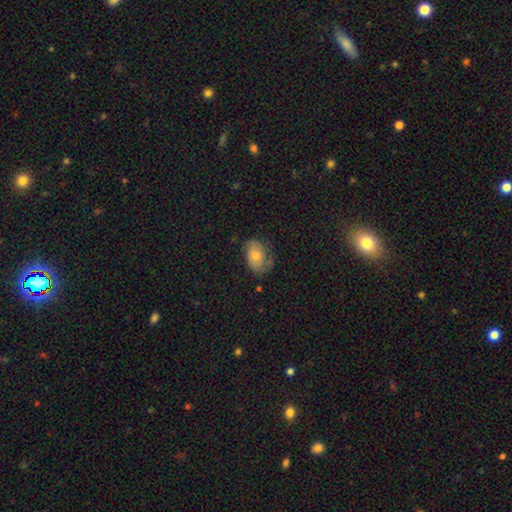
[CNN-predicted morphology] smooth_or_featured: smooth (p=0.61) [alt: featured or disk p=0.31]
how_rounded: in between (p=0.82) [alt: round p=0.16]
merging: none (p=0.53) [alt: minor disturbance p=0.29]